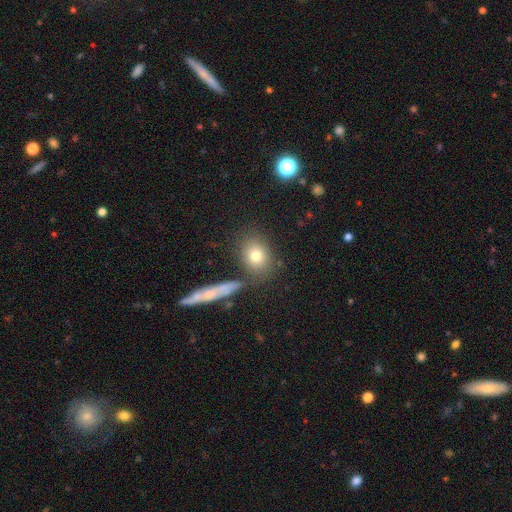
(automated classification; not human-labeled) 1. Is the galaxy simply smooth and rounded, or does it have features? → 77% smooth, 13% featured or disk, 10% star or artifact.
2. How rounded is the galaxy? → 53% round, 43% in between, 4% cigar-shaped.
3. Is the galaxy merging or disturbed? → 76% none, 11% minor disturbance, 9% merger, 4% major disturbance.